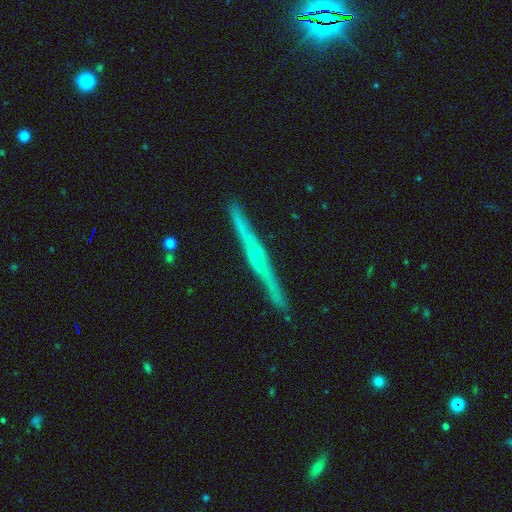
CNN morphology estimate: Overall: featured or disk (75%). Edge-on disk: yes (98%). Edge-on bulge: rounded (49%; none 41%). Merging: none (90%).